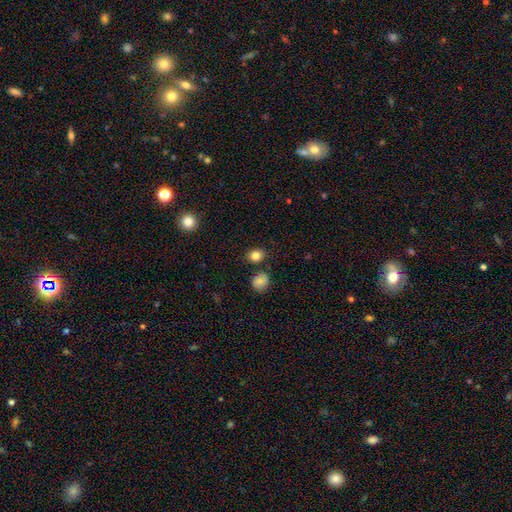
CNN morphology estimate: A smooth galaxy with no disk features (83%) that is round (54%). Merging: none (81%).